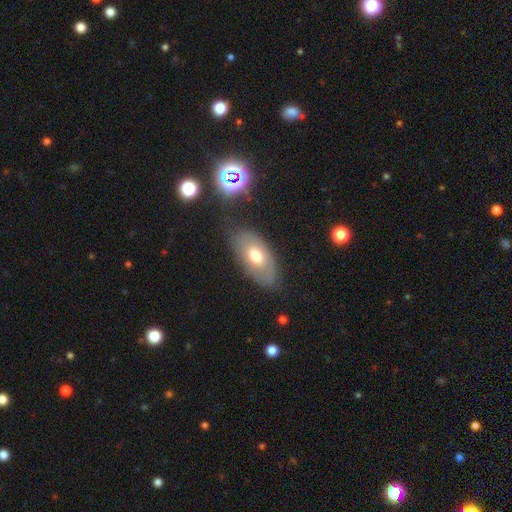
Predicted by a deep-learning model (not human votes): A smooth galaxy with no disk features (61%) that is in between round and cigar-shaped (91%).

Vote fractions:
- Smooth or featured? smooth: 61% / featured or disk: 30% / star or artifact: 9%
- How rounded? in between: 91% / round: 4% / cigar-shaped: 4%
- Merging? none: 71% / minor disturbance: 19% / major disturbance: 7% / merger: 3%